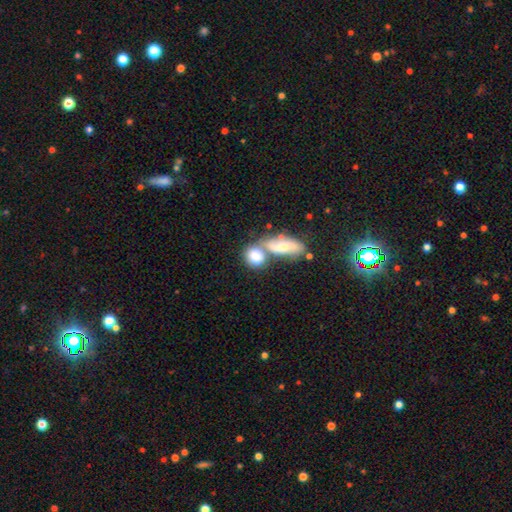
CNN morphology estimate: smooth-or-featured: smooth: 77% | featured or disk: 16% | star or artifact: 7%
  how-rounded: round: 58% | in between: 37% | cigar-shaped: 4%
  merging: merger: 49% | none: 35% | minor disturbance: 11% | major disturbance: 5%